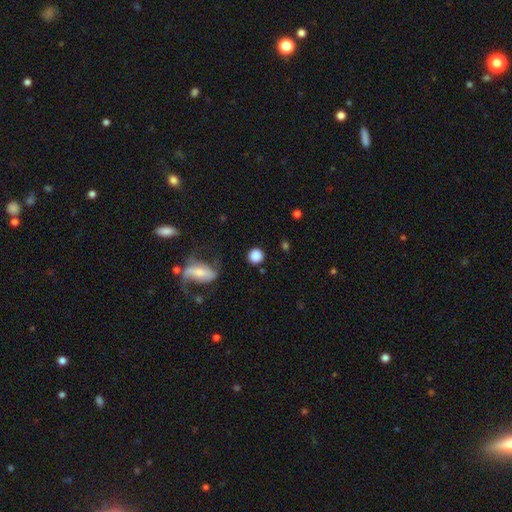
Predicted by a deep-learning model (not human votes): This appears to be a smooth galaxy with no disk features (85%) that is round (90%). Merging: none (83%).